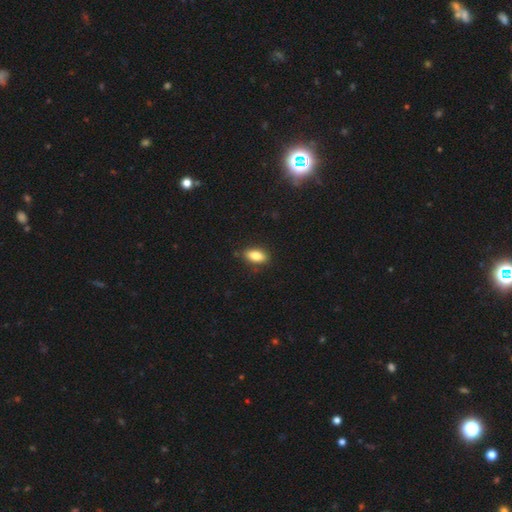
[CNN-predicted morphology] Smooth or featured? Predicted: smooth (p=0.84). How rounded? Predicted: in between (p=0.89). Merging? Predicted: none (p=0.85).